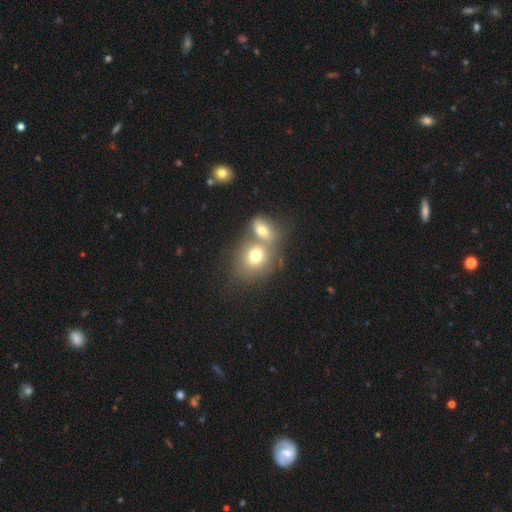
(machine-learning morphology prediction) Overall: smooth (73%). How rounded: round (60%; in between 39%). Merging: merger (55%; none 33%).